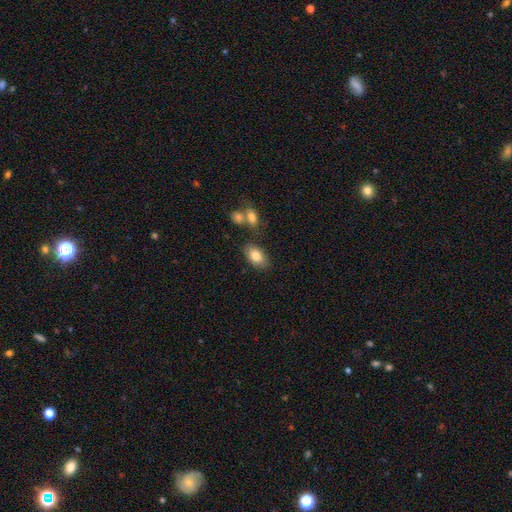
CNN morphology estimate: This appears to be a smooth galaxy with no disk features (83%) that is in between round and cigar-shaped (92%). Merging: none (77%).